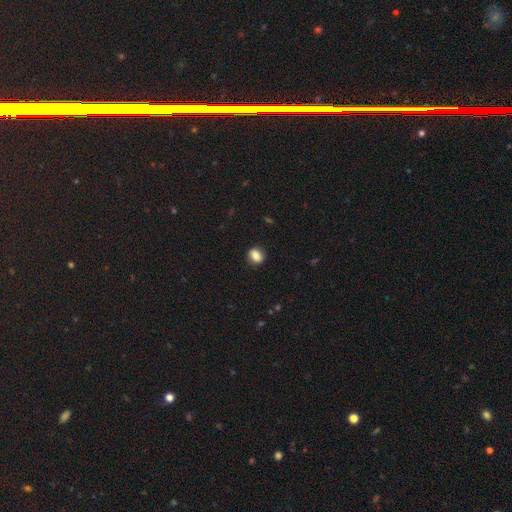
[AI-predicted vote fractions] smooth-or-featured: smooth: 79% | featured or disk: 11% | star or artifact: 9%
  how-rounded: in between: 51% | round: 48% | cigar-shaped: 2%
  merging: none: 86% | minor disturbance: 11% | major disturbance: 3% | merger: 1%